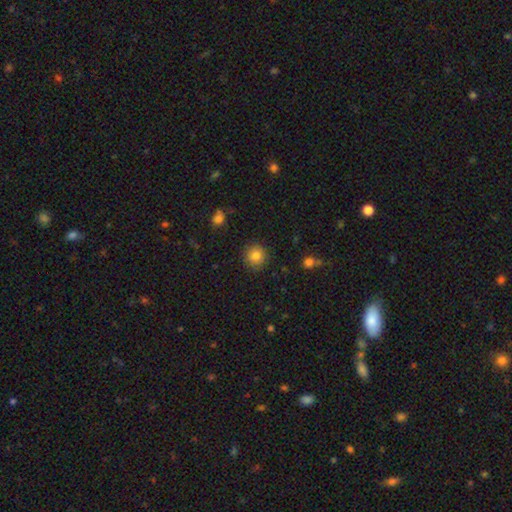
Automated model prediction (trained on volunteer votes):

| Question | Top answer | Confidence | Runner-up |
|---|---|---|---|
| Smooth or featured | smooth | 83% | star or artifact (10%) |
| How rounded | round | 93% | in between (7%) |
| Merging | none | 89% | minor disturbance (7%) |